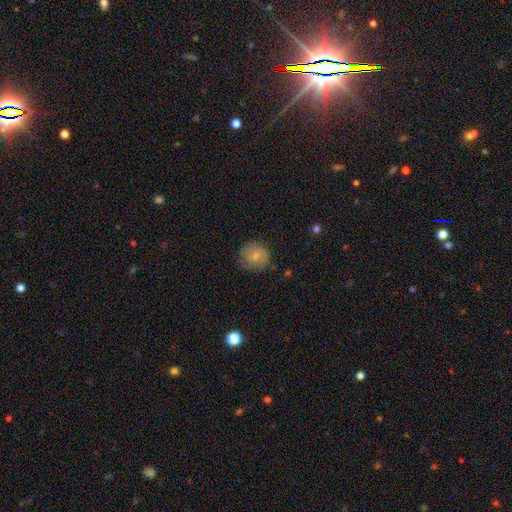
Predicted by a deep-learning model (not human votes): This is likely a smooth galaxy (77%). How rounded: clearly round (84%). Merging: likely none (73%).